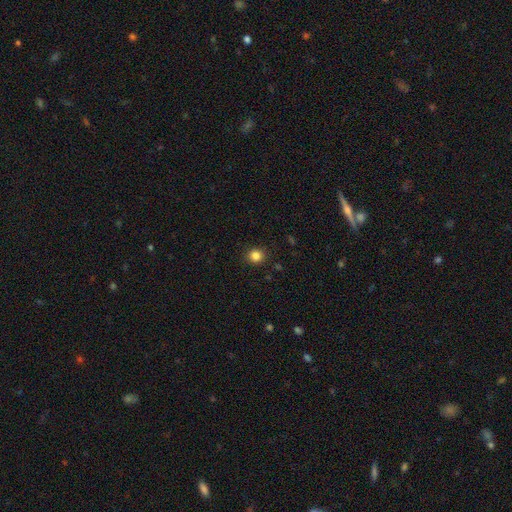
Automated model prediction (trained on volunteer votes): This is clearly a smooth galaxy (84%). How rounded: clearly round (87%). Merging: clearly none (90%).